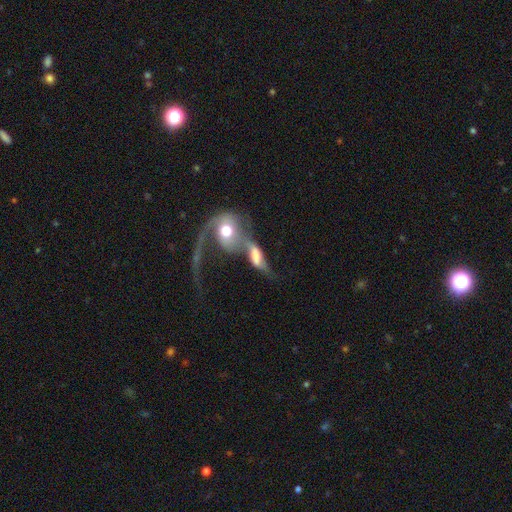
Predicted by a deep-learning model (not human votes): Q: Smooth or featured?
A: featured or disk (49%); runner-up: smooth (43%)
Q: Merging?
A: merger (66%); runner-up: major disturbance (16%)